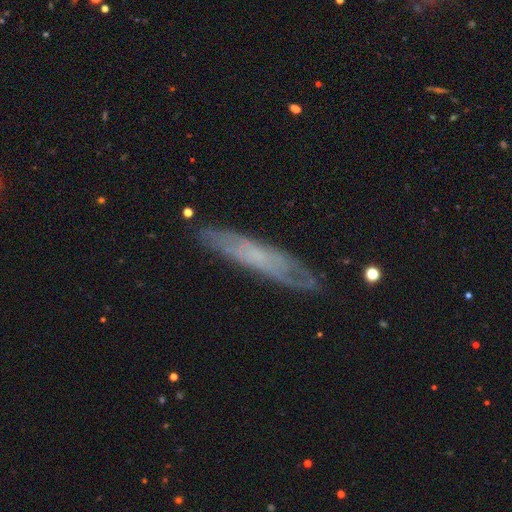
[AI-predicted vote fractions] Smooth or featured? Predicted: featured or disk (p=0.55). Edge-on disk? Predicted: yes (p=0.61). Merging? Predicted: none (p=0.80).